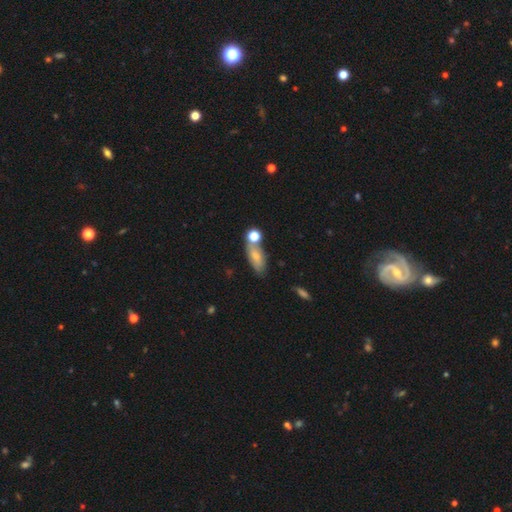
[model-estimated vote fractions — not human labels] This appears to be a smooth galaxy with no disk features (71%) that is in between round and cigar-shaped (72%). Merging: none (53%).